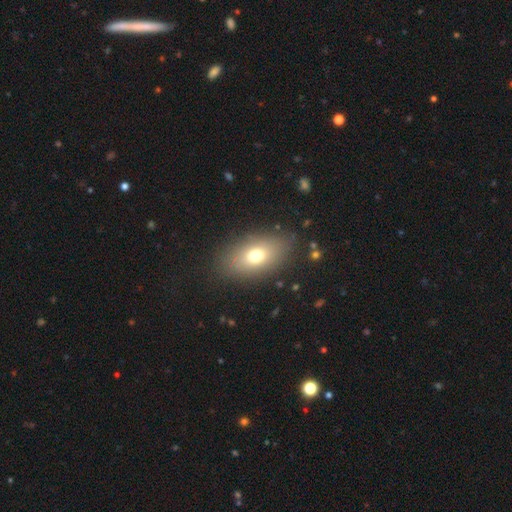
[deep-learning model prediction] Smooth or featured? smooth (72%)
How rounded? in between (84%)
Merging? none (84%)